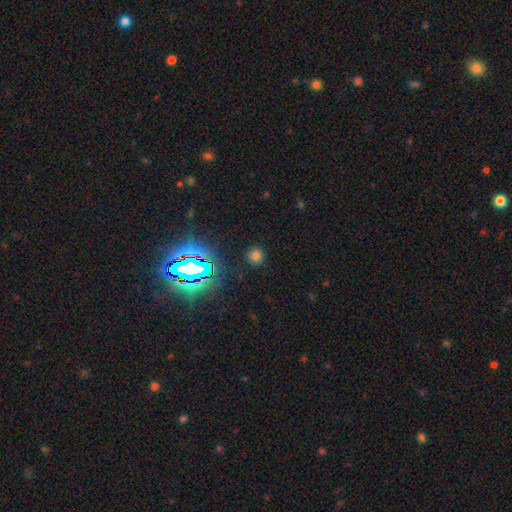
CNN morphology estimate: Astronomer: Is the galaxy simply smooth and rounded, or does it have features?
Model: smooth — 66%.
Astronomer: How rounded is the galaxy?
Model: round — 90%.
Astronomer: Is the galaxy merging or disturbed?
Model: none — 88%.